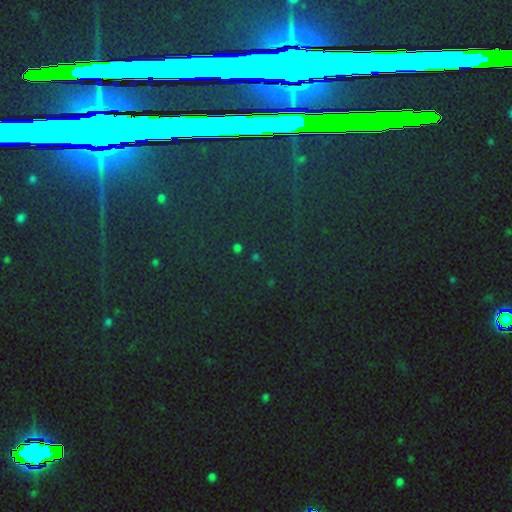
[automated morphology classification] smooth_or_featured: star or artifact (p=0.84) [alt: smooth p=0.08]